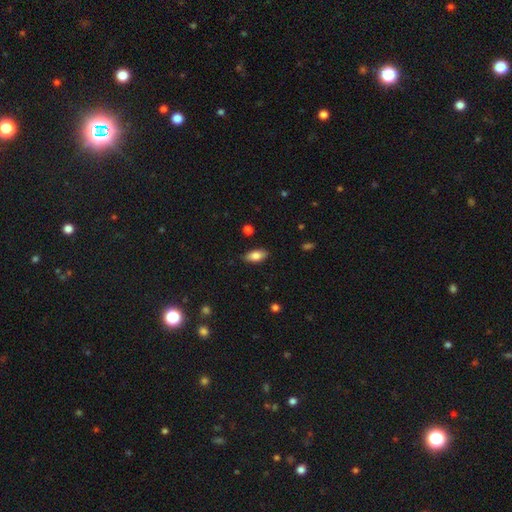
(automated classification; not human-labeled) Smooth or featured? Predicted: smooth (p=0.81). How rounded? Predicted: in between (p=0.88). Merging? Predicted: none (p=0.86).